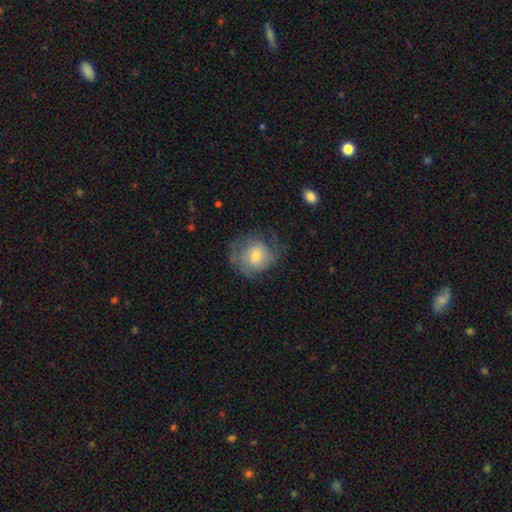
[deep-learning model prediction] Smooth or featured: featured or disk — 49% (smooth — 43%)
Merging: none — 54% (minor disturbance — 24%)